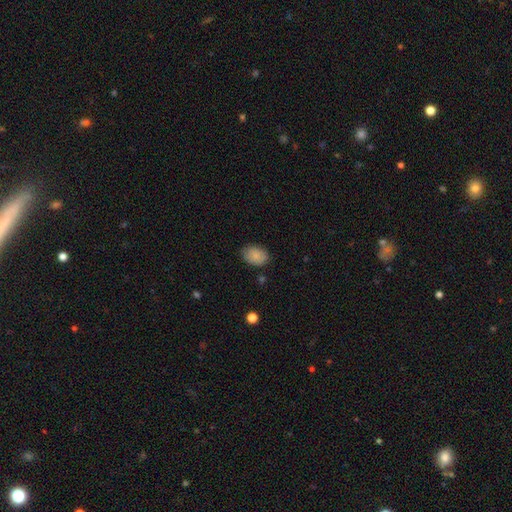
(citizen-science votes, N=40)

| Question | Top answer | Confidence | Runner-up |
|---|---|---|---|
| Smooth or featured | smooth | 82% | star or artifact (12%) |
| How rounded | in between | 85% | round (15%) |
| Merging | none | 83% | minor disturbance (14%) |